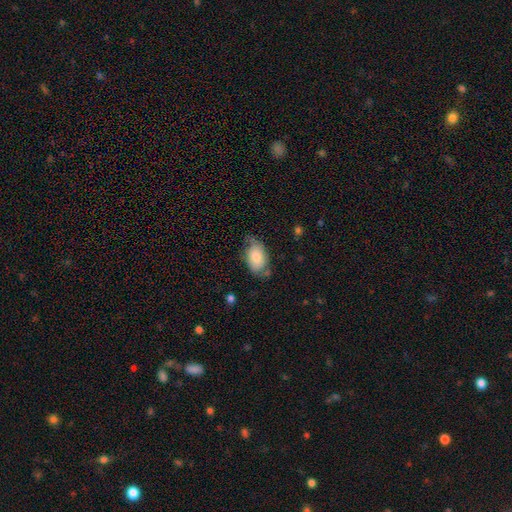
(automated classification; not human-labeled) This appears to be a smooth galaxy with no disk features (69%) that is in between round and cigar-shaped (92%). Merging: none (50%).